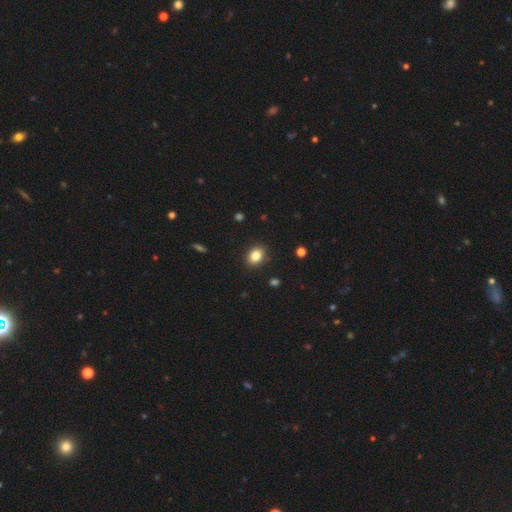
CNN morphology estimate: A smooth galaxy with no disk features (84%) that is in between round and cigar-shaped (61%). Merging: none (88%).